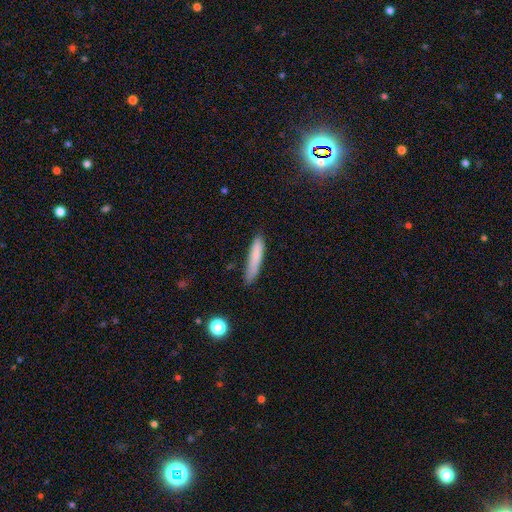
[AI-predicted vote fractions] Smooth or featured? Predicted: smooth (p=0.80). How rounded? Predicted: cigar-shaped (p=0.89). Merging? Predicted: none (p=0.76).